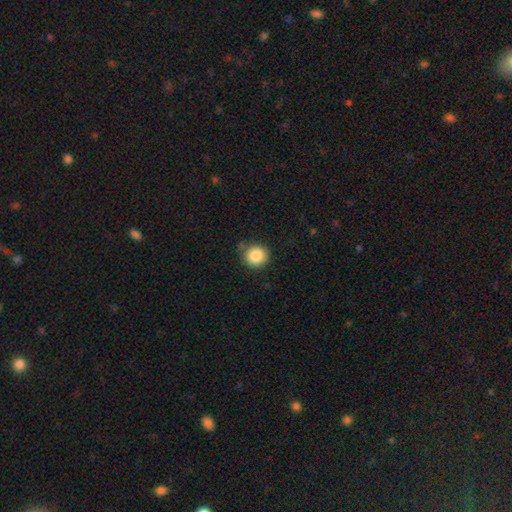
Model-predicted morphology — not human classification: type=smooth (85%); roundness=round (91%); merging=none (81%).